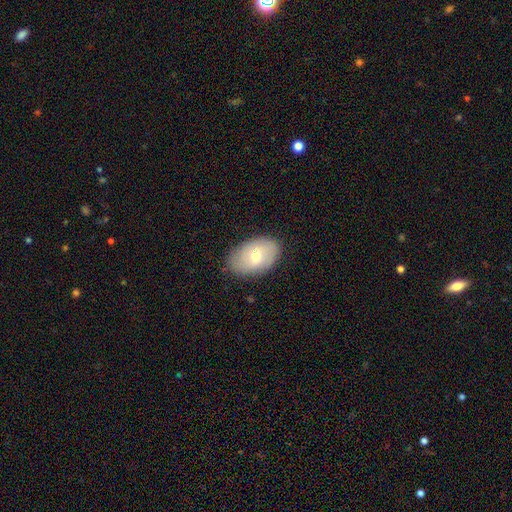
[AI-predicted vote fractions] This appears to be a smooth galaxy with no disk features (60%) that is in between round and cigar-shaped (90%). Merging: none (82%).